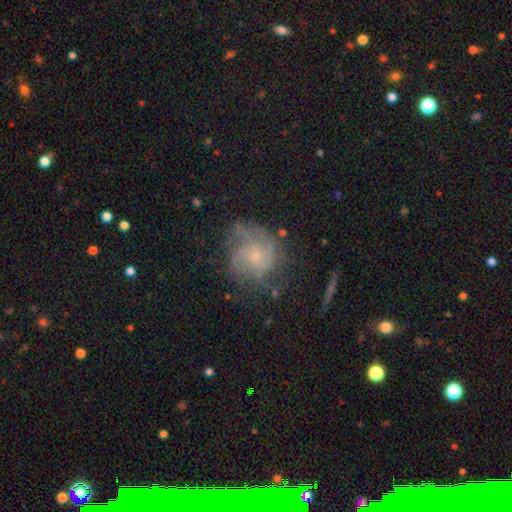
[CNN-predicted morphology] smooth_or_featured: featured or disk (p=0.69) [alt: smooth p=0.22]
disk_edge_on: no (p=0.98) [alt: yes p=0.02]
bar: no (p=0.74) [alt: weak p=0.23]
has_spiral_arms: yes (p=0.88) [alt: no p=0.12]
spiral_winding: tight (p=0.42) [alt: medium p=0.41]
spiral_arm_count: can't tell (p=0.36) [alt: 3 p=0.24]
bulge_size: small (p=0.66) [alt: moderate p=0.22]
merging: none (p=0.60) [alt: minor disturbance p=0.22]